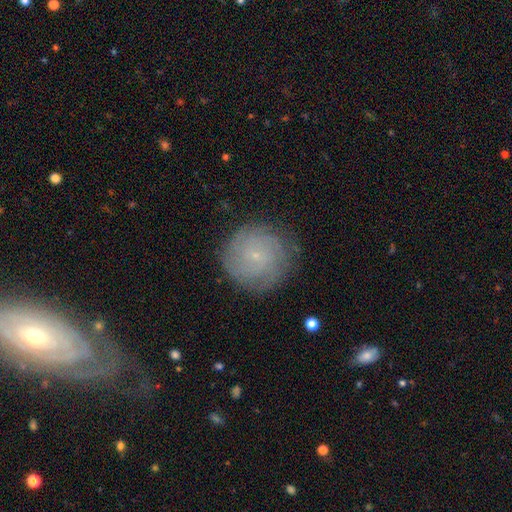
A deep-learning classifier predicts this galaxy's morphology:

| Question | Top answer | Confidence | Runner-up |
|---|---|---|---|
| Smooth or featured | featured or disk | 62% | smooth (28%) |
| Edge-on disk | no | 97% | yes (3%) |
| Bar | no | 73% | weak (23%) |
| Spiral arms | yes | 89% | no (11%) |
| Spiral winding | tight | 71% | medium (23%) |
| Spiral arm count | can't tell | 43% | 2 (16%) |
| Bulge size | small | 87% | moderate (6%) |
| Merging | none | 83% | minor disturbance (12%) |